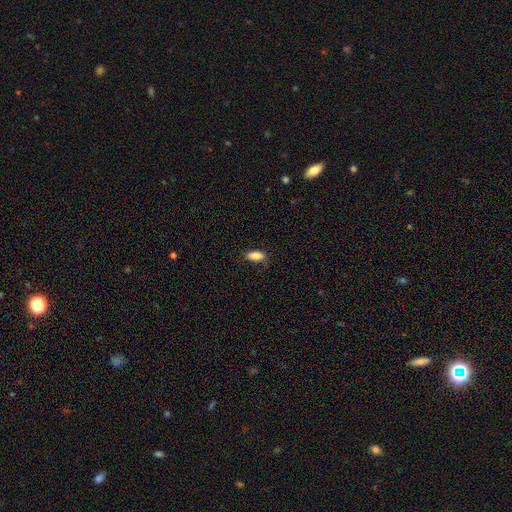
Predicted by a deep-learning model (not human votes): smooth_or_featured: smooth (p=0.84) [alt: featured or disk p=0.08]
how_rounded: in between (p=0.79) [alt: cigar-shaped p=0.18]
merging: none (p=0.83) [alt: minor disturbance p=0.13]